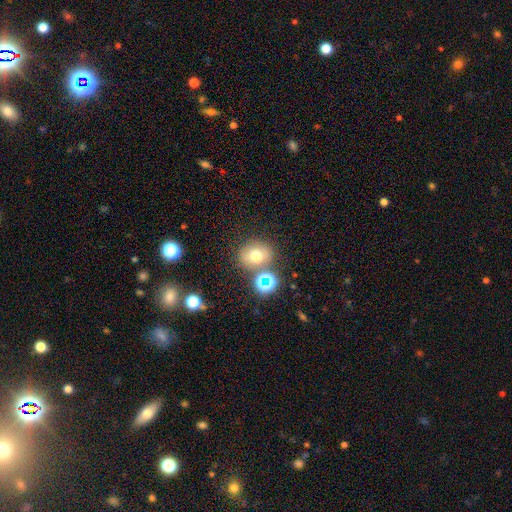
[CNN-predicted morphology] Q: Smooth or featured?
A: smooth (66%); runner-up: star or artifact (19%)
Q: How rounded?
A: round (68%); runner-up: in between (31%)
Q: Merging?
A: none (68%); runner-up: merger (15%)